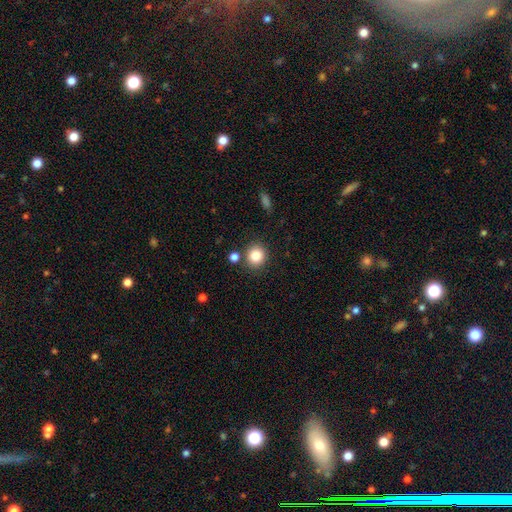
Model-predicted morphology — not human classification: smooth_or_featured: smooth (p=0.85) [alt: star or artifact p=0.10]
how_rounded: round (p=0.86) [alt: in between p=0.13]
merging: none (p=0.83) [alt: minor disturbance p=0.08]